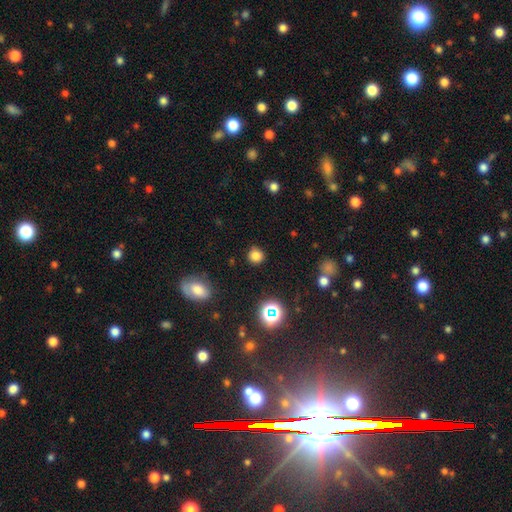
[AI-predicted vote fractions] Q: Smooth or featured?
A: smooth (78%); runner-up: star or artifact (17%)
Q: How rounded?
A: round (87%); runner-up: in between (12%)
Q: Merging?
A: none (85%); runner-up: minor disturbance (10%)